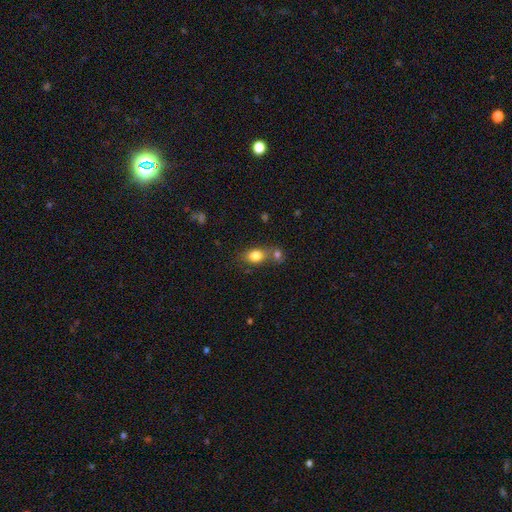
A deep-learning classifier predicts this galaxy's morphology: A smooth galaxy with no disk features (81%) that is in between round and cigar-shaped (65%). Merging: none (49%).